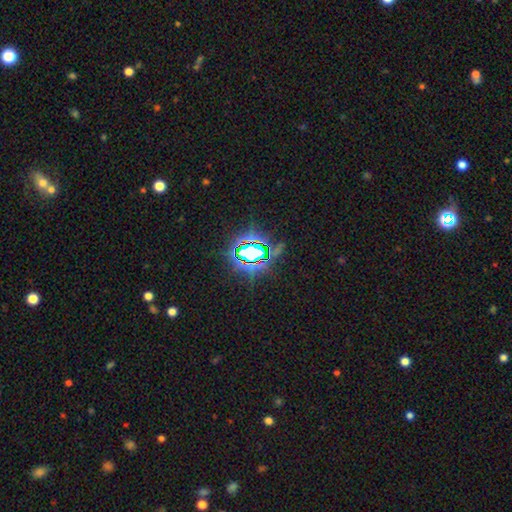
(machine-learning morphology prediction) Q: Smooth or featured?
A: star or artifact (81%); runner-up: smooth (11%)